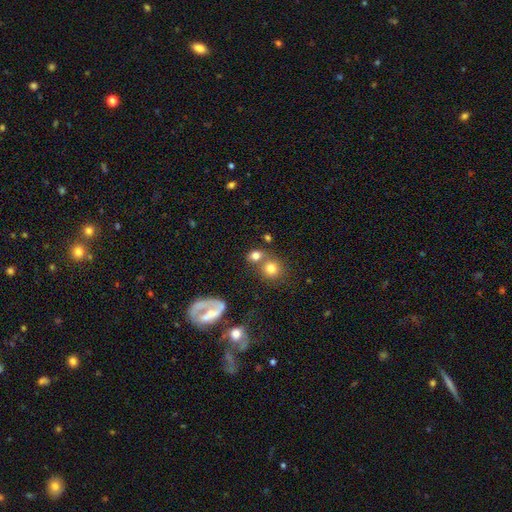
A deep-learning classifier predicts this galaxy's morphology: Smooth or featured?
  - smooth: 74% *
  - star or artifact: 13%
  - featured or disk: 13%
How rounded?
  - round: 70% *
  - in between: 29%
  - cigar-shaped: 1%
Merging?
  - none: 48% *
  - merger: 37%
  - minor disturbance: 10%
  - major disturbance: 6%